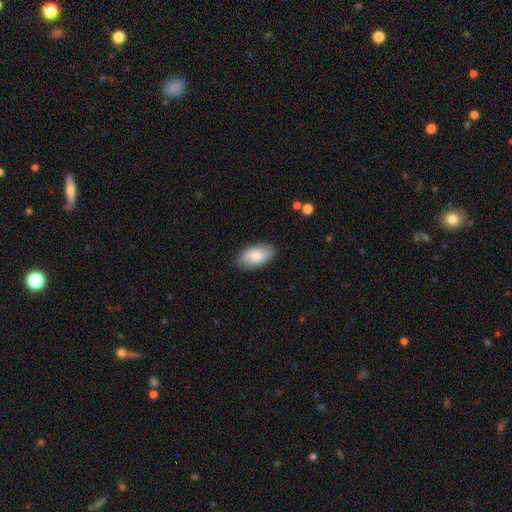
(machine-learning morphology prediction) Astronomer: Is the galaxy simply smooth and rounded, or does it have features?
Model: smooth — 78%.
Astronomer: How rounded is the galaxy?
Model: in between — 94%.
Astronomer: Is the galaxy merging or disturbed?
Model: none — 86%.